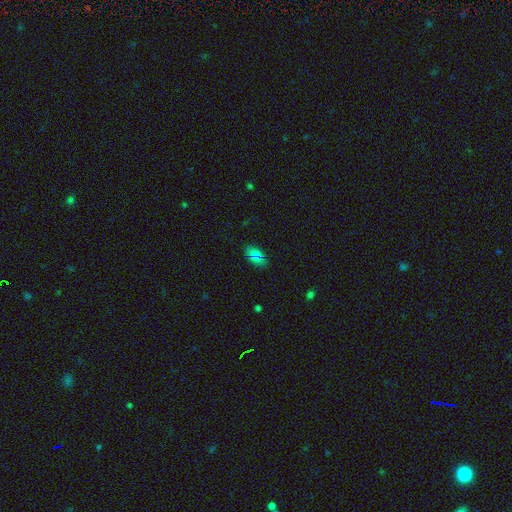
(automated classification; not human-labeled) Smooth or featured? Predicted: smooth (p=0.70). How rounded? Predicted: in between (p=0.89). Merging? Predicted: none (p=0.80).